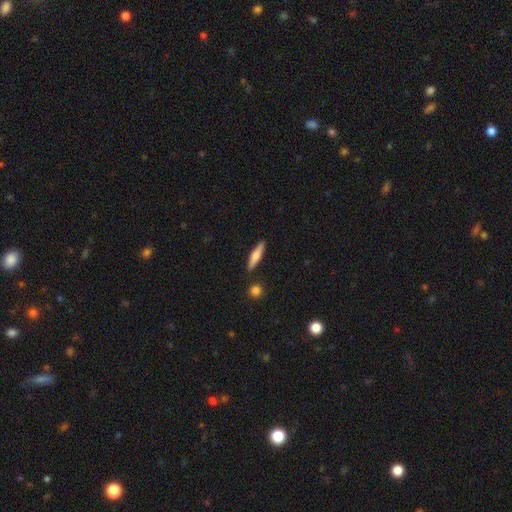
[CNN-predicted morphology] smooth 61%, featured or disk 33%, star or artifact 6%. Down the decision tree: how rounded — cigar-shaped (81%); merging — none (87%).